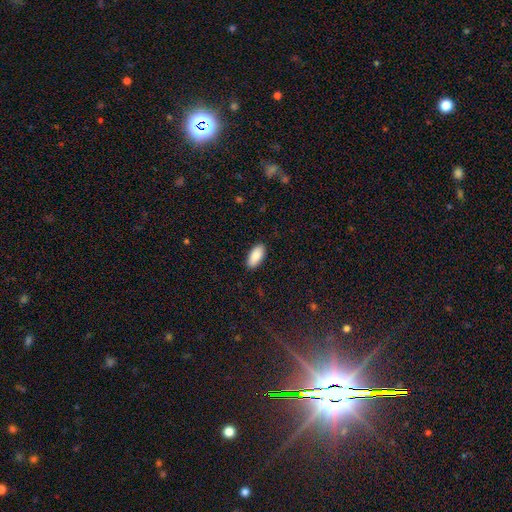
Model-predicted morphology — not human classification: Smooth or featured? smooth (88%)
How rounded? in between (91%)
Merging? none (89%)